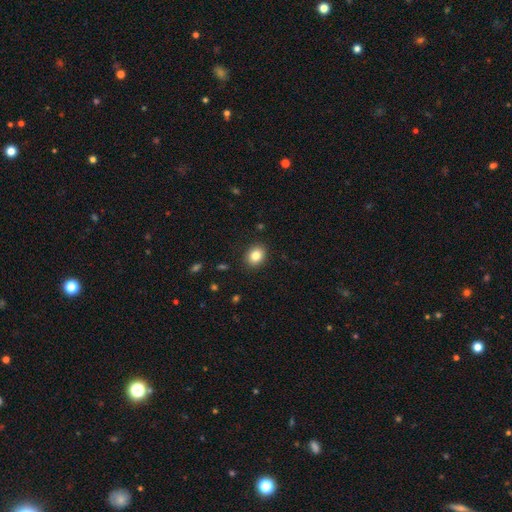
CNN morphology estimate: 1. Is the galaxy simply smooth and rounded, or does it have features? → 83% smooth, 9% star or artifact, 7% featured or disk.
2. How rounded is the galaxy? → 51% in between, 48% round, 1% cigar-shaped.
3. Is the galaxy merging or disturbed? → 90% none, 7% minor disturbance, 2% major disturbance, 1% merger.